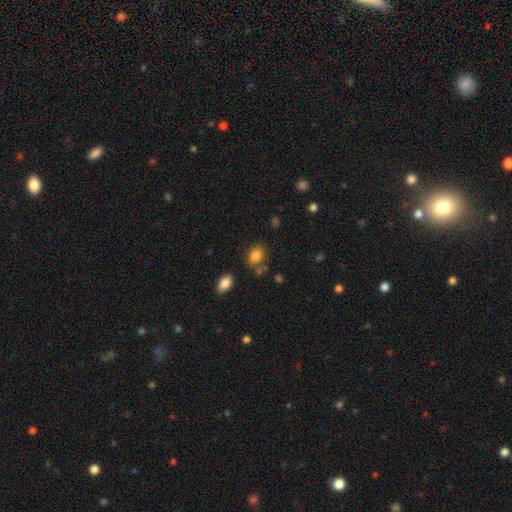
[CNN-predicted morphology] smooth 84%, star or artifact 10%, featured or disk 6%. Down the decision tree: how rounded — in between (66%); merging — none (71%).